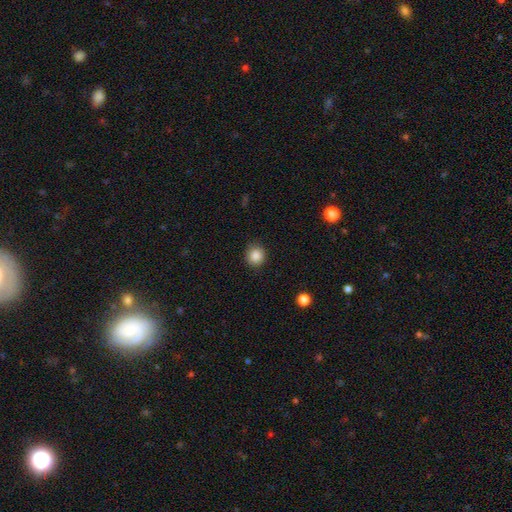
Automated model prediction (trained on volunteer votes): Smooth or featured? Predicted: smooth (p=0.87). How rounded? Predicted: round (p=0.88). Merging? Predicted: none (p=0.89).